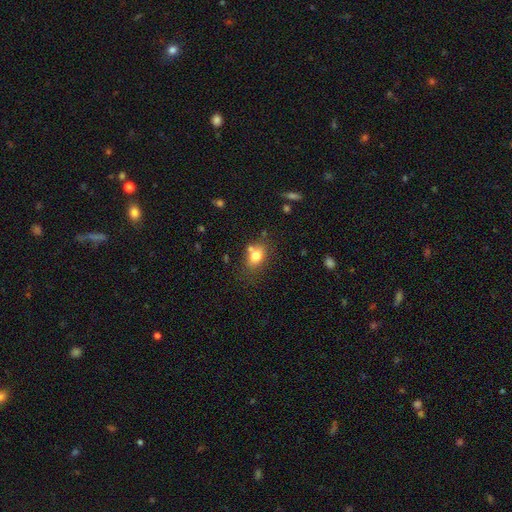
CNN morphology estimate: This appears to be a smooth galaxy with no disk features (78%) that is in between round and cigar-shaped (69%). Merging: none (63%).